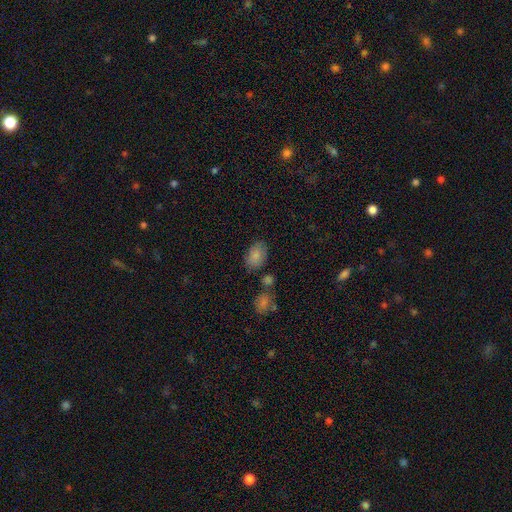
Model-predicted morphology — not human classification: Smooth or featured? smooth (83%)
How rounded? in between (87%)
Merging? none (70%)